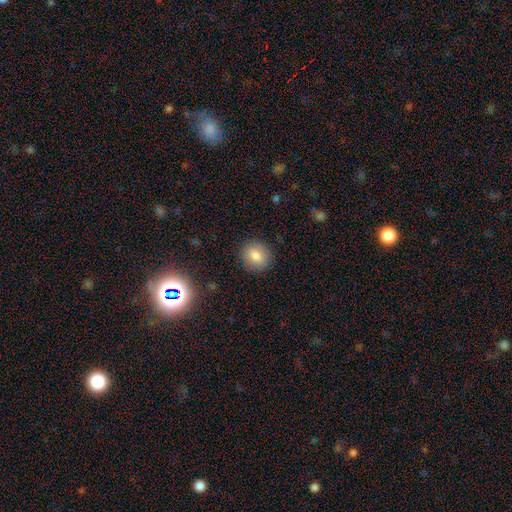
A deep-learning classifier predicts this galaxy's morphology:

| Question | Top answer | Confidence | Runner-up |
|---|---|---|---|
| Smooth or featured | smooth | 80% | featured or disk (10%) |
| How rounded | round | 85% | in between (14%) |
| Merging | none | 89% | minor disturbance (7%) |